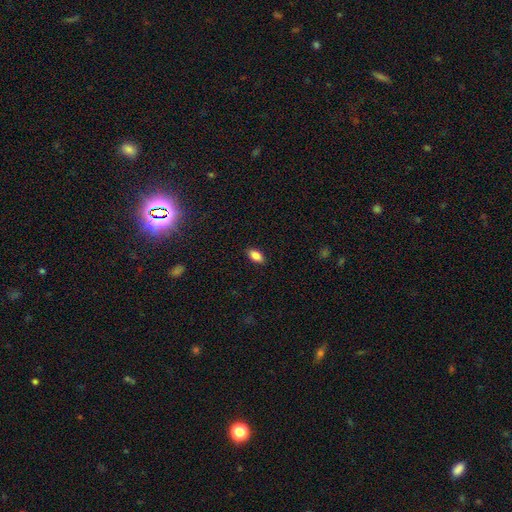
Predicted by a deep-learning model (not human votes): Smooth or featured?
  - smooth: 86% *
  - star or artifact: 8%
  - featured or disk: 6%
How rounded?
  - in between: 91% *
  - cigar-shaped: 5%
  - round: 4%
Merging?
  - none: 89% *
  - minor disturbance: 8%
  - major disturbance: 2%
  - merger: 1%